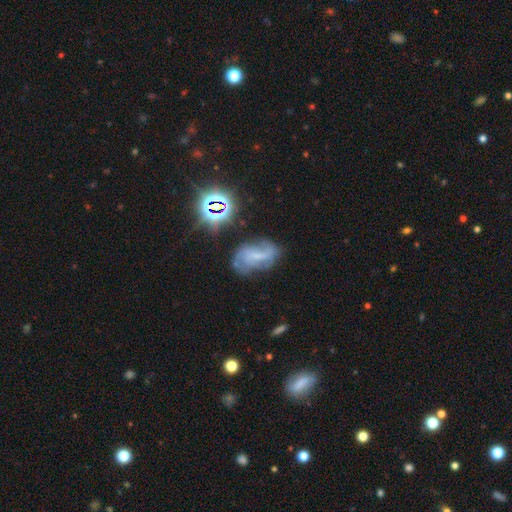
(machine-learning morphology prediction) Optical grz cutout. It shows a featured or disk galaxy (65%) with a weak bar (48%), 2 (55%) loose (45%) spiral arms (85%) and a small central bulge (42%). Merging: none (56%).